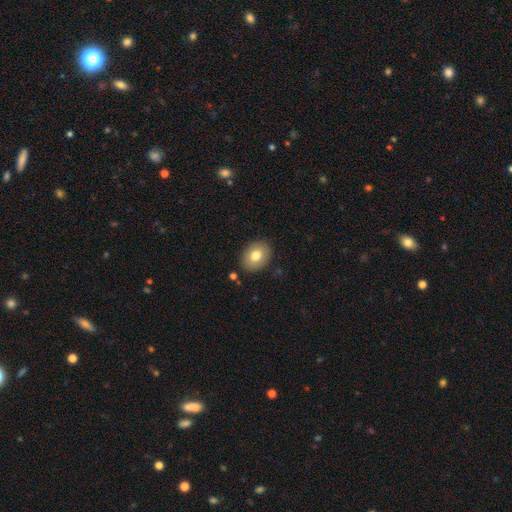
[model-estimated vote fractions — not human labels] Smooth or featured?
  - smooth: 77% *
  - featured or disk: 15%
  - star or artifact: 8%
How rounded?
  - in between: 67% *
  - round: 32%
  - cigar-shaped: 1%
Merging?
  - none: 86% *
  - minor disturbance: 9%
  - major disturbance: 2%
  - merger: 2%